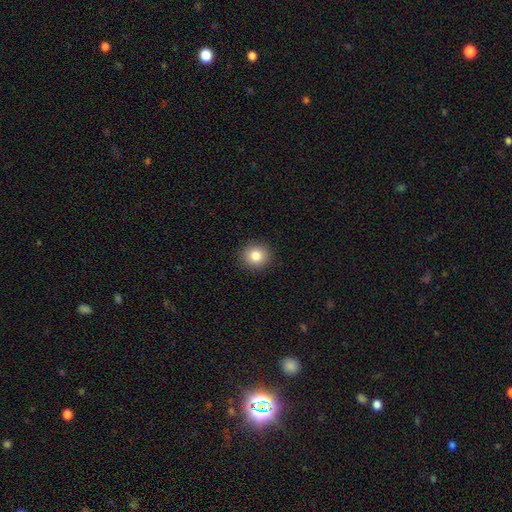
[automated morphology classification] Smooth or featured?
  - smooth: 82% *
  - star or artifact: 11%
  - featured or disk: 7%
How rounded?
  - round: 87% *
  - in between: 12%
  - cigar-shaped: 1%
Merging?
  - none: 92% *
  - minor disturbance: 6%
  - major disturbance: 2%
  - merger: 1%